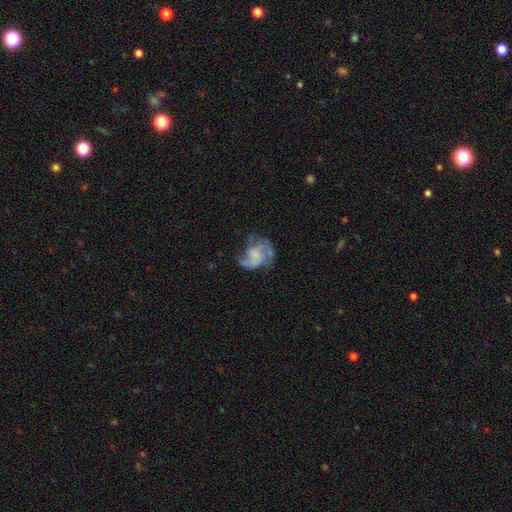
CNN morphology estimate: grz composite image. It shows a featured or disk galaxy (75%) with no bar (60%), 2 (64%) medium (46%) spiral arms (89%) and no central bulge (51%). Merging: none (54%).